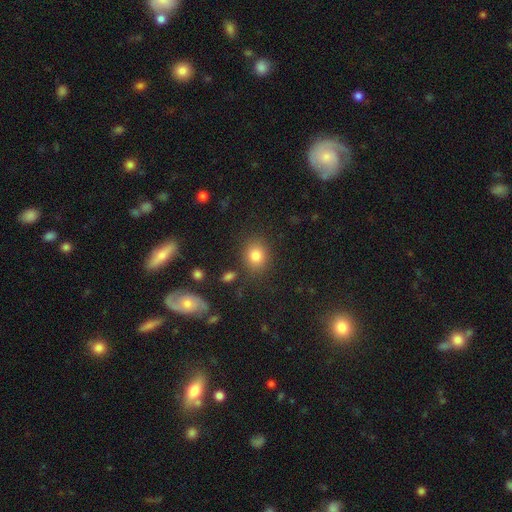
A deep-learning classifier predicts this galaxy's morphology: Smooth or featured?
  - smooth: 81% *
  - star or artifact: 12%
  - featured or disk: 7%
How rounded?
  - round: 66% *
  - in between: 33%
  - cigar-shaped: 1%
Merging?
  - none: 82% *
  - minor disturbance: 11%
  - major disturbance: 4%
  - merger: 4%